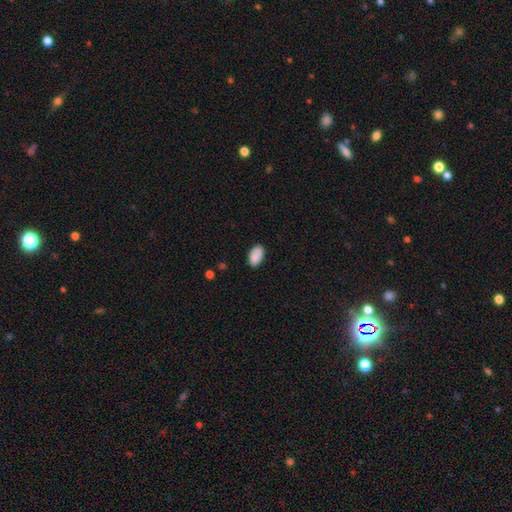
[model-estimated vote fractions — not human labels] Morphology: type=smooth (82%); roundness=in between (93%); merging=none (74%).